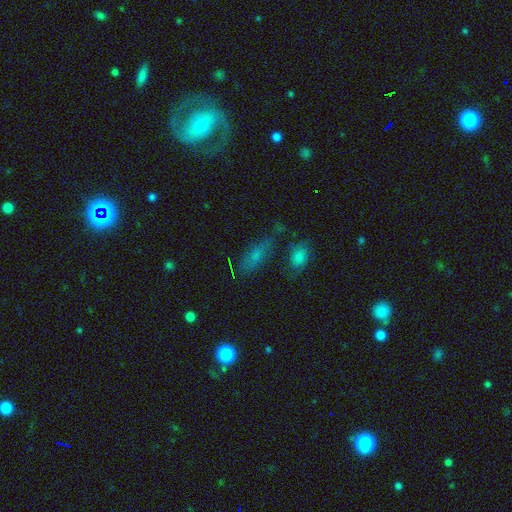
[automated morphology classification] Q: Smooth or featured?
A: smooth (58%); runner-up: featured or disk (22%)
Q: How rounded?
A: in between (65%); runner-up: cigar-shaped (29%)
Q: Merging?
A: none (60%); runner-up: minor disturbance (19%)